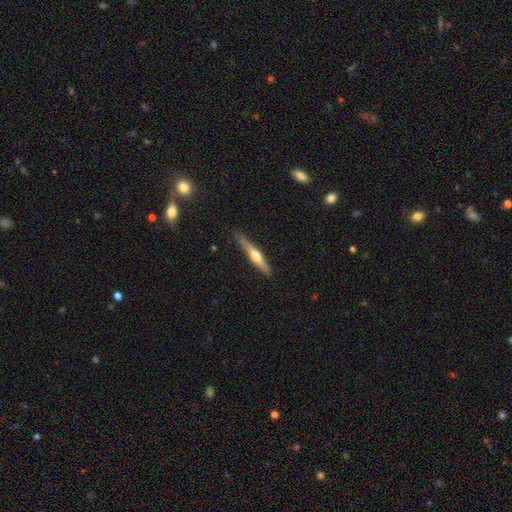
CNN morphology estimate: Smooth or featured?
  - featured or disk: 57% *
  - smooth: 38%
  - star or artifact: 5%
Edge-on disk?
  - yes: 96% *
  - no: 4%
Edge-on bulge?
  - rounded: 88% *
  - none: 7%
  - boxy: 5%
Merging?
  - none: 82% *
  - minor disturbance: 14%
  - major disturbance: 2%
  - merger: 2%